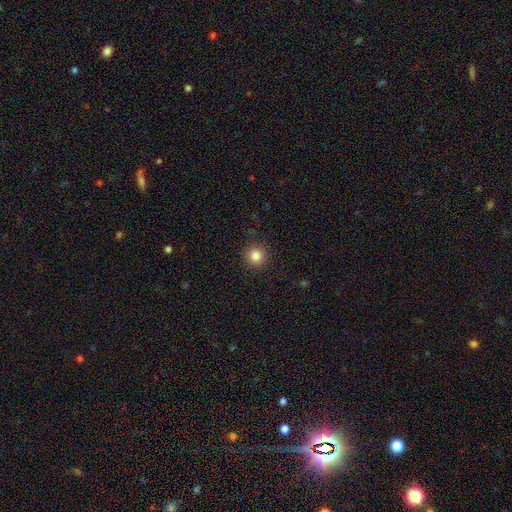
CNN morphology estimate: A smooth galaxy with no disk features (84%) that is round (95%).

Vote fractions:
- Smooth or featured? smooth: 84% / star or artifact: 11% / featured or disk: 4%
- How rounded? round: 95% / in between: 4% / cigar-shaped: 1%
- Merging? none: 91% / minor disturbance: 6% / major disturbance: 2% / merger: 1%